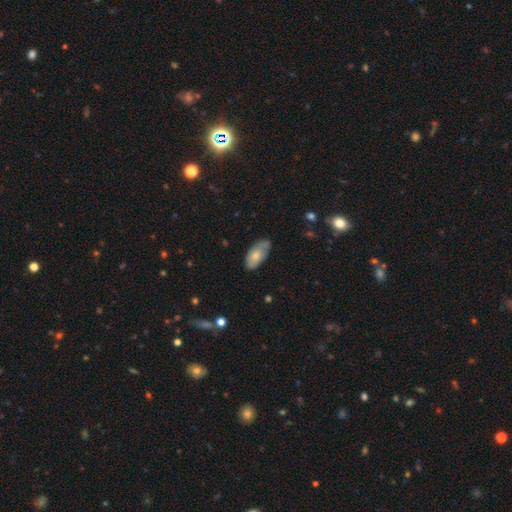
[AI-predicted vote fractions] Smooth or featured?
  - smooth: 68% *
  - featured or disk: 25%
  - star or artifact: 6%
How rounded?
  - in between: 91% *
  - cigar-shaped: 6%
  - round: 3%
Merging?
  - none: 63% *
  - minor disturbance: 29%
  - major disturbance: 6%
  - merger: 2%